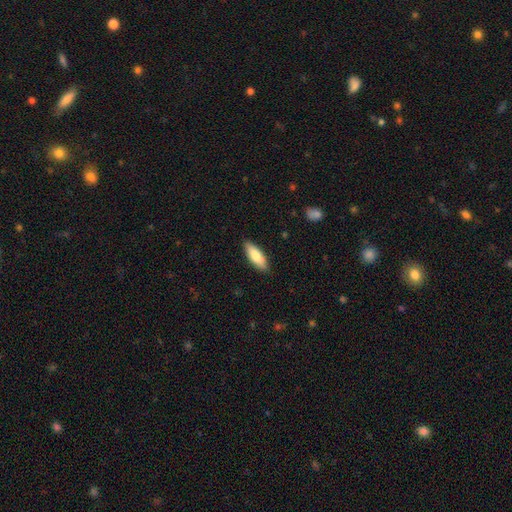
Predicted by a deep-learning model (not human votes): smooth 81%, featured or disk 14%, star or artifact 5%. Down the decision tree: how rounded — in between (64%); merging — none (88%).